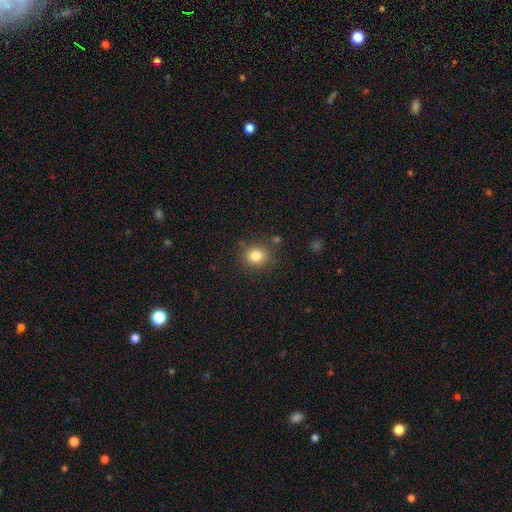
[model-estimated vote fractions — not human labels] Smooth or featured? Predicted: smooth (p=0.83). How rounded? Predicted: round (p=0.76). Merging? Predicted: none (p=0.83).